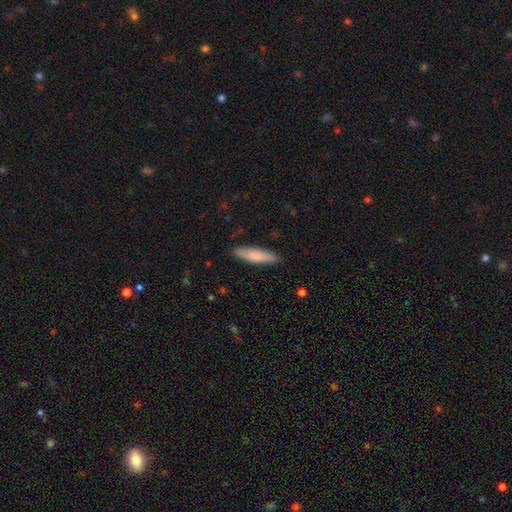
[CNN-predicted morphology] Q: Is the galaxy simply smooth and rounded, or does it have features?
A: smooth — 77%.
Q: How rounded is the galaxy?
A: cigar-shaped — 76%.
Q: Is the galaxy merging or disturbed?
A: none — 87%.